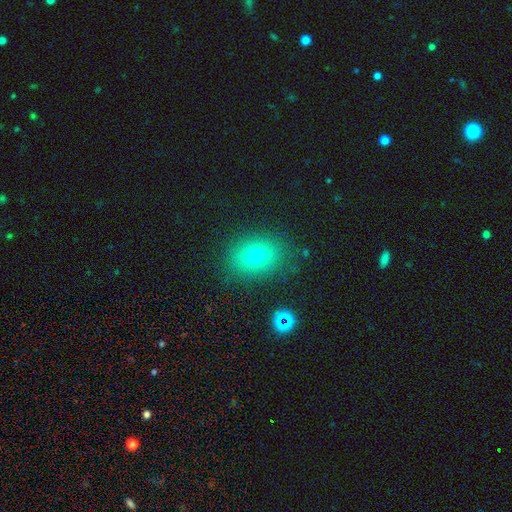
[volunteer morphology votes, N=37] smooth_or_featured: smooth (p=0.73) [alt: featured or disk p=0.24]
how_rounded: in between (p=0.67) [alt: round p=0.33]
merging: none (p=0.81) [alt: minor disturbance p=0.08]